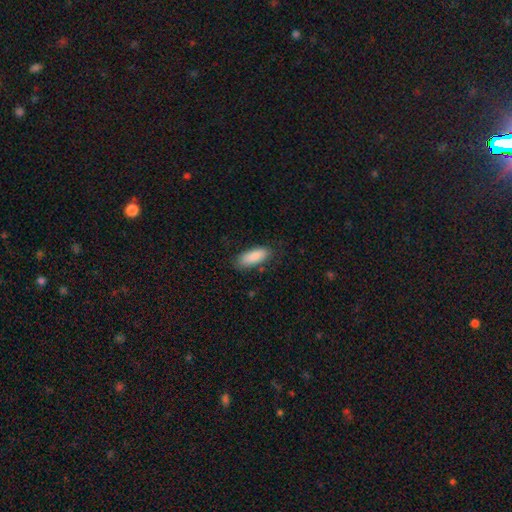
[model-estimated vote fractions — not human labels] Morphology: type=smooth (88%); roundness=in between (77%); merging=none (81%).